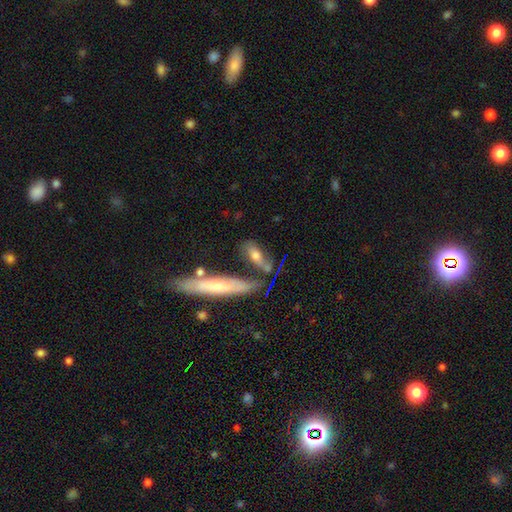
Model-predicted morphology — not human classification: A smooth galaxy with no disk features (55%) that is in between round and cigar-shaped (50%).

Vote fractions:
- Smooth or featured? smooth: 55% / featured or disk: 35% / star or artifact: 10%
- How rounded? in between: 50% / cigar-shaped: 45% / round: 5%
- Merging? none: 49% / merger: 22% / minor disturbance: 19% / major disturbance: 10%